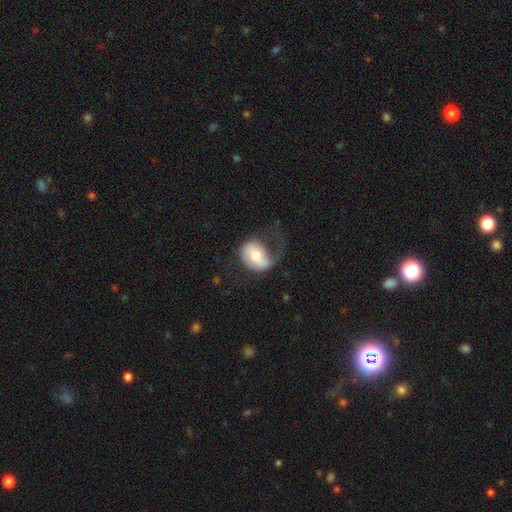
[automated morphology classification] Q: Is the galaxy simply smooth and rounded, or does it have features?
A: smooth — 56%.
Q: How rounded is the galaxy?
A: in between — 61%.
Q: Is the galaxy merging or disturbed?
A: major disturbance — 42%.